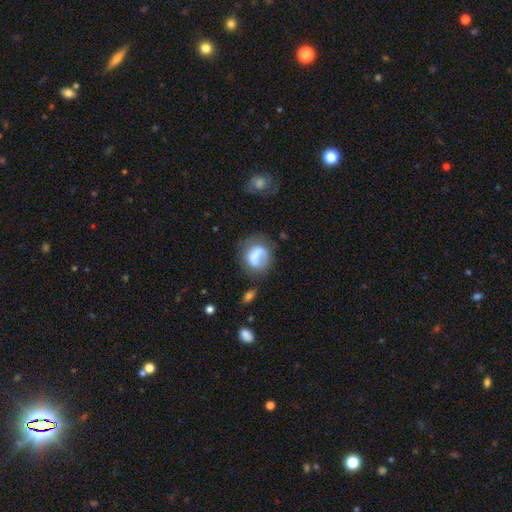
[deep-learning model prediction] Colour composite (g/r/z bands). It shows a smooth galaxy with no disk features (62%) that is round (59%). Merging: none (45%).